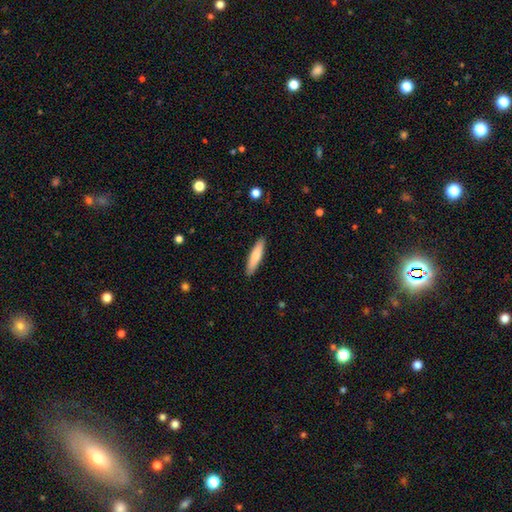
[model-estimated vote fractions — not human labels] A smooth galaxy with no disk features (72%) that is cigar-shaped (82%). Merging: none (91%).